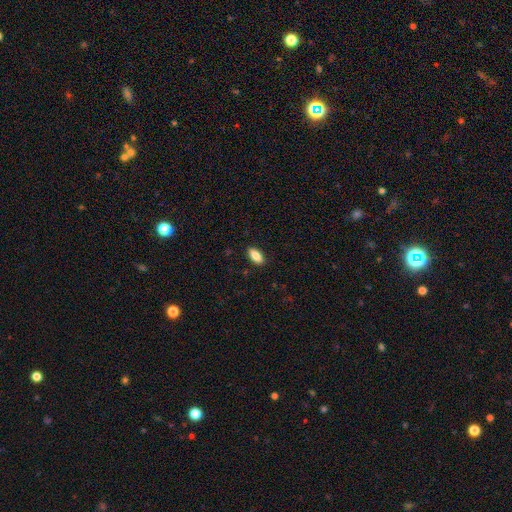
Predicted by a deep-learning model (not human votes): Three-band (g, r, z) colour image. It shows a smooth galaxy with no disk features (84%) that is in between round and cigar-shaped (85%). Merging: none (88%).